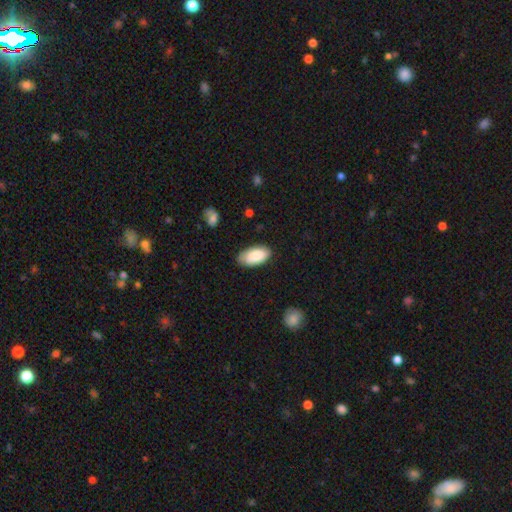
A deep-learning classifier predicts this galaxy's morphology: A smooth galaxy with no disk features (85%) that is in between round and cigar-shaped (95%). Merging: none (78%).